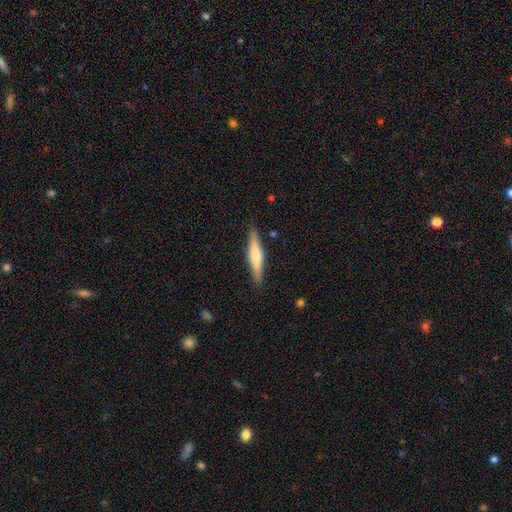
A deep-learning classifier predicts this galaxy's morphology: This is possibly a smooth galaxy (51%). How rounded: clearly cigar-shaped (86%). Merging: clearly none (88%).